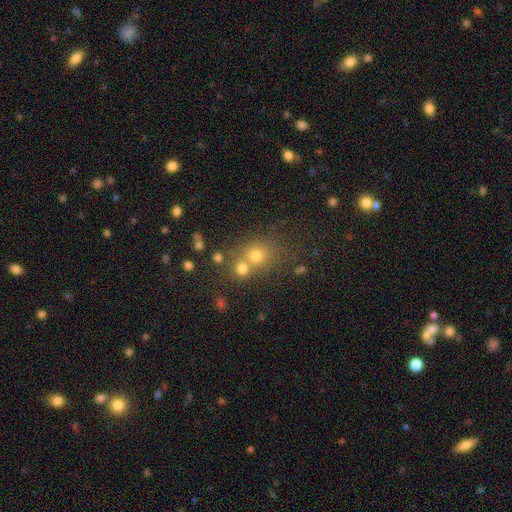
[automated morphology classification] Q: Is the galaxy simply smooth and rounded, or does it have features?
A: smooth — 65%.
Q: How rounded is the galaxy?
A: round — 78%.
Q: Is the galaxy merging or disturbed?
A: none — 50%.